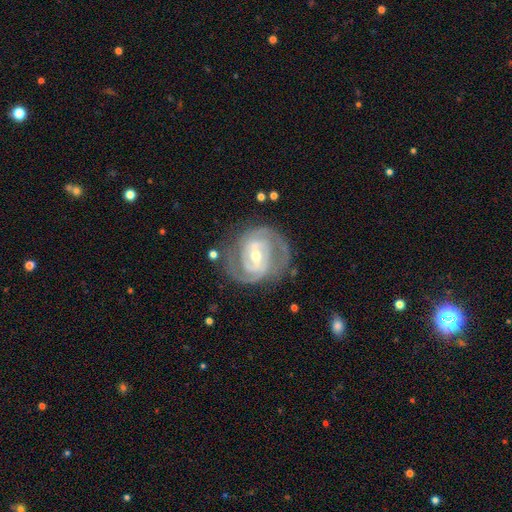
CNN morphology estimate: A featured or disk galaxy (90%) with a weak bar (43%), 2 (65%) tight (61%) spiral arms (96%) and a moderate central bulge (50%).

Vote fractions:
- Smooth or featured? featured or disk: 90% / smooth: 6% / star or artifact: 5%
- Edge-on disk? no: 97% / yes: 3%
- Bar? weak: 43% / strong: 37% / no: 20%
- Spiral arms? yes: 96% / no: 4%
- Spiral winding? tight: 61% / medium: 33% / loose: 6%
- Spiral arm count? 2: 65% / 3: 14% / can't tell: 12% / 4: 3% / 1: 3% / more than 4: 3%
- Bulge size? moderate: 50% / small: 46% / large: 2% / none: 1% / dominant: 1%
- Merging? none: 74% / minor disturbance: 16% / major disturbance: 8% / merger: 2%